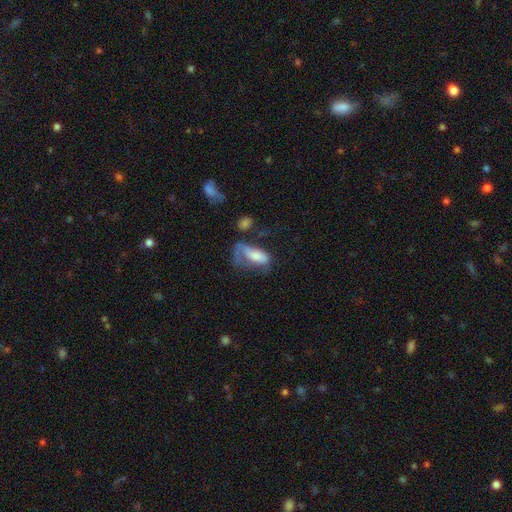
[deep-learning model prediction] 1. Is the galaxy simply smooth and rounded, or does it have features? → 66% smooth, 26% featured or disk, 8% star or artifact.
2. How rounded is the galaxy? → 81% in between, 16% cigar-shaped, 3% round.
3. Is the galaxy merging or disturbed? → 48% major disturbance, 22% minor disturbance, 21% none, 9% merger.